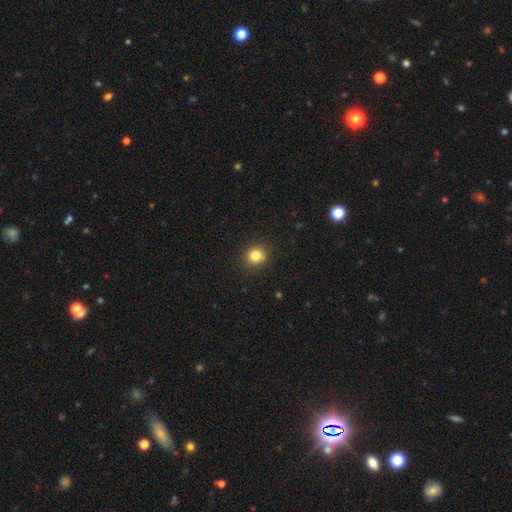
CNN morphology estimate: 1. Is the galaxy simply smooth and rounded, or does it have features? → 82% smooth, 12% star or artifact, 6% featured or disk.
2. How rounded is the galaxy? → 89% round, 10% in between, 1% cigar-shaped.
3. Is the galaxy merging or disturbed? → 88% none, 8% minor disturbance, 2% major disturbance, 2% merger.